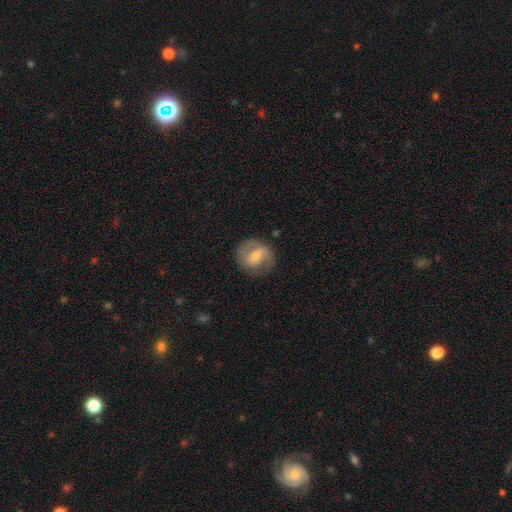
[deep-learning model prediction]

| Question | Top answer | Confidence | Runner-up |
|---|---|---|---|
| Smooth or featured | featured or disk | 65% | smooth (27%) |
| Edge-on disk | no | 97% | yes (3%) |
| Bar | weak | 48% | strong (27%) |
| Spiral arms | yes | 86% | no (14%) |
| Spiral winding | medium | 46% | loose (27%) |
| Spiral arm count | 2 | 83% | can't tell (9%) |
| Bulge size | moderate | 50% | small (43%) |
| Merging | none | 79% | minor disturbance (14%) |